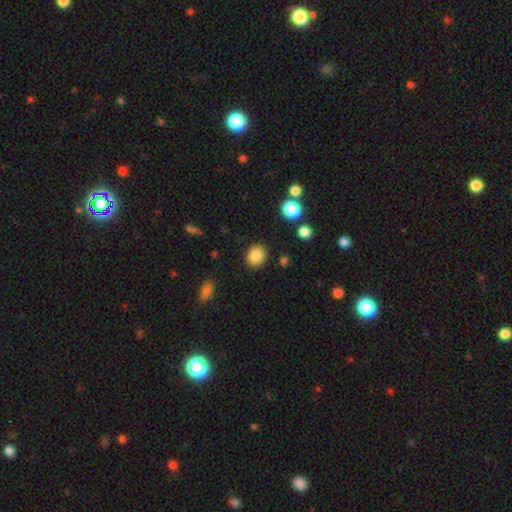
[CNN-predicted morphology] Overall: smooth (85%). How rounded: round (69%; in between 30%). Merging: none (88%).